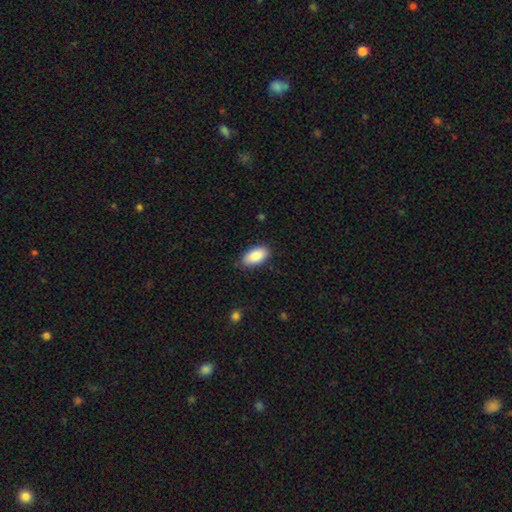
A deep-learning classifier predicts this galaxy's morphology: Smooth or featured? Predicted: smooth (p=0.90). How rounded? Predicted: in between (p=0.94). Merging? Predicted: none (p=0.84).